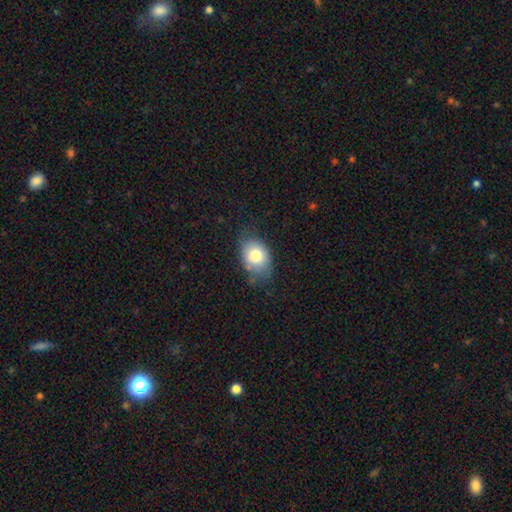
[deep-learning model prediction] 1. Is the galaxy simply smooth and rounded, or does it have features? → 78% smooth, 14% featured or disk, 8% star or artifact.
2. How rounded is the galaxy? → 75% in between, 24% round, 1% cigar-shaped.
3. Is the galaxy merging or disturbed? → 66% none, 26% minor disturbance, 7% major disturbance, 2% merger.